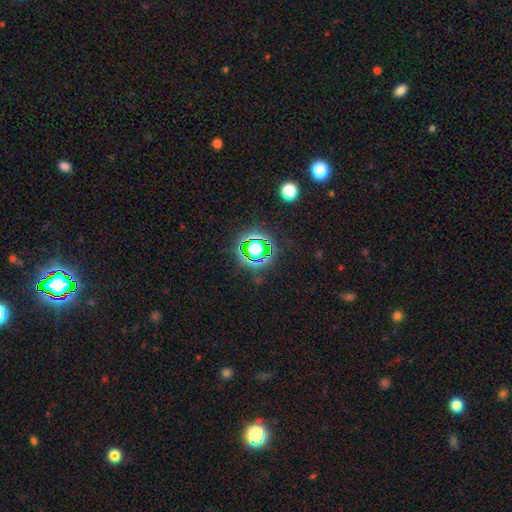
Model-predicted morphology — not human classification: This is likely a star or artifact rather than a galaxy (78%).